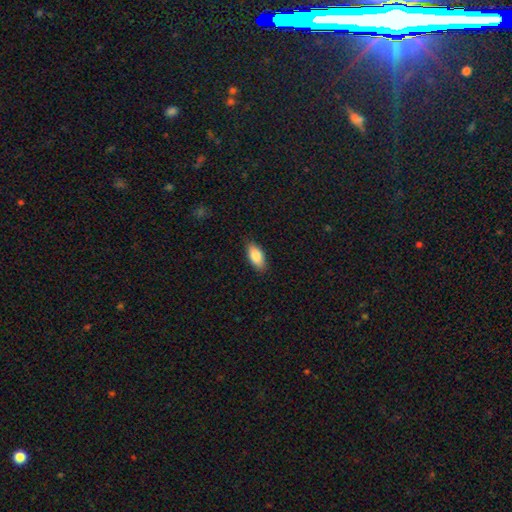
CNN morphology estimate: The model was most divided on "merging": none: 87%, minor disturbance: 10%, major disturbance: 2%, merger: 1%. More confident: how rounded — in between (90%); smooth or featured — smooth (85%).